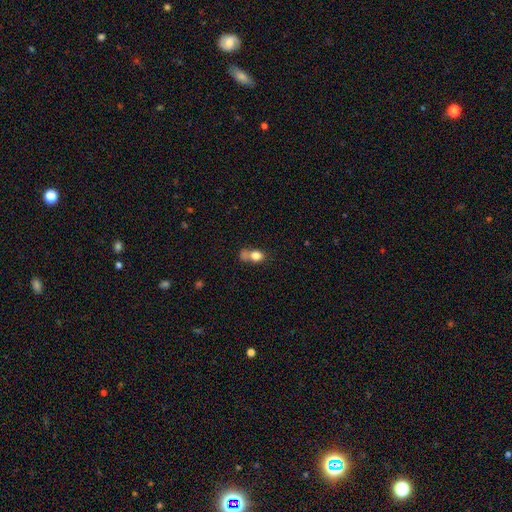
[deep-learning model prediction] Smooth or featured?
  - smooth: 78% *
  - featured or disk: 12%
  - star or artifact: 10%
How rounded?
  - in between: 50% *
  - round: 48%
  - cigar-shaped: 2%
Merging?
  - merger: 37% *
  - none: 31%
  - minor disturbance: 17%
  - major disturbance: 15%